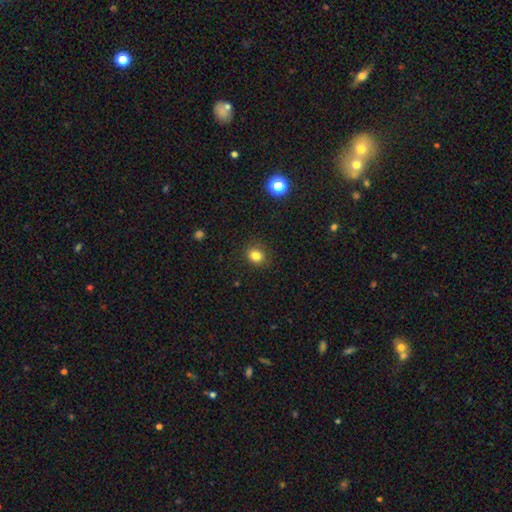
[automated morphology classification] Q: Smooth or featured?
A: smooth (82%); runner-up: star or artifact (12%)
Q: How rounded?
A: round (66%); runner-up: in between (33%)
Q: Merging?
A: none (87%); runner-up: minor disturbance (9%)